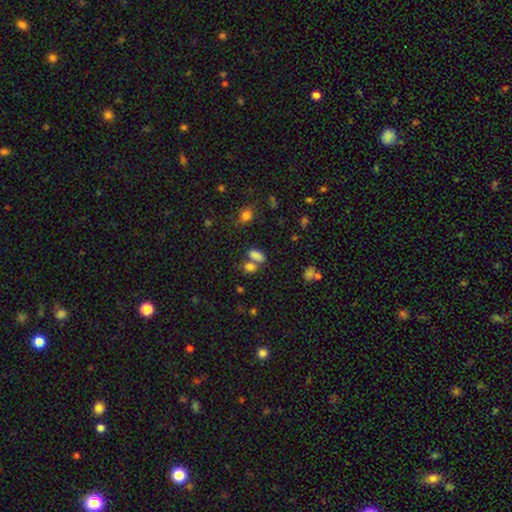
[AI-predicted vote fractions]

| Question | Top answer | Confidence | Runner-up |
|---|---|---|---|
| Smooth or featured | smooth | 78% | star or artifact (15%) |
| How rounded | in between | 81% | round (15%) |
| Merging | none | 43% | merger (40%) |